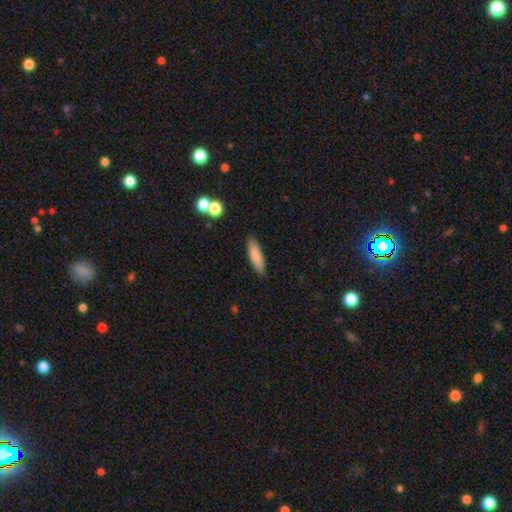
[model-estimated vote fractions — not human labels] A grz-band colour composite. It shows a smooth galaxy with no disk features (84%) that is cigar-shaped (71%). Merging: none (88%).